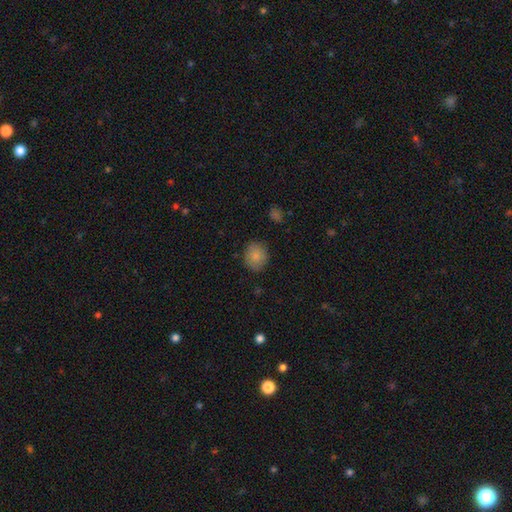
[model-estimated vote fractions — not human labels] Overall: smooth (85%). How rounded: round (70%). Merging: none (82%).